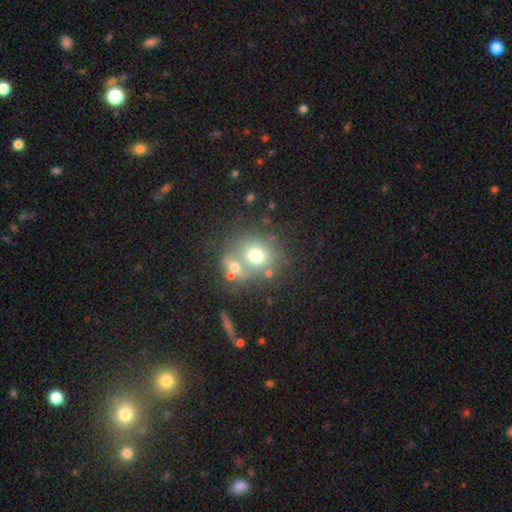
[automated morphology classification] The model was most divided on "merging": none: 46%, merger: 36%, minor disturbance: 12%, major disturbance: 7%. More confident: how rounded — round (74%); smooth or featured — smooth (66%).